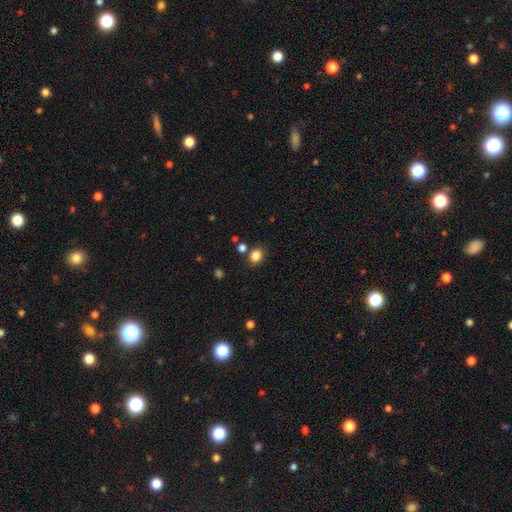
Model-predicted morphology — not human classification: smooth_or_featured: smooth (p=0.84) [alt: star or artifact p=0.12]
how_rounded: round (p=0.62) [alt: in between p=0.37]
merging: none (p=0.79) [alt: minor disturbance p=0.10]